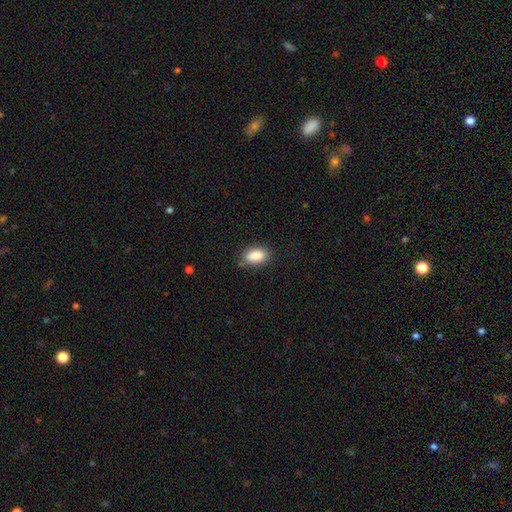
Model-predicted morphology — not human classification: smooth 87%, star or artifact 8%, featured or disk 5%. Down the decision tree: how rounded — in between (90%); merging — none (82%).